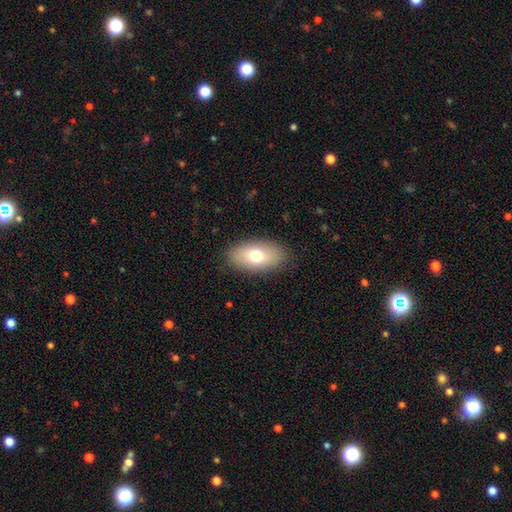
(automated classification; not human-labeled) The model was most divided on "smooth or featured": smooth: 72%, featured or disk: 20%, star or artifact: 8%. More confident: how rounded — in between (92%); merging — none (87%).